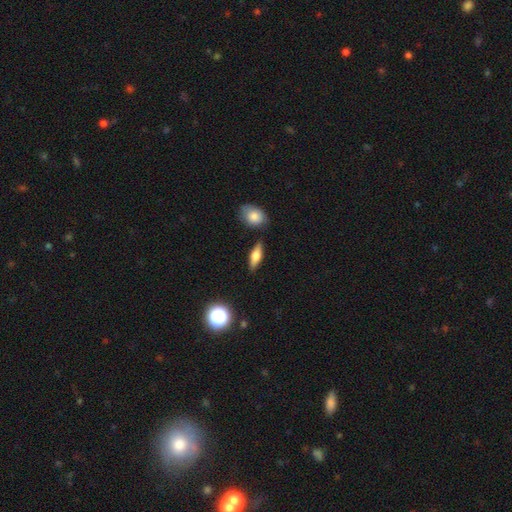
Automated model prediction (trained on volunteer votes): The model was most divided on "how rounded": in between: 55%, cigar-shaped: 40%, round: 5%. More confident: merging — none (82%); smooth or featured — smooth (59%).